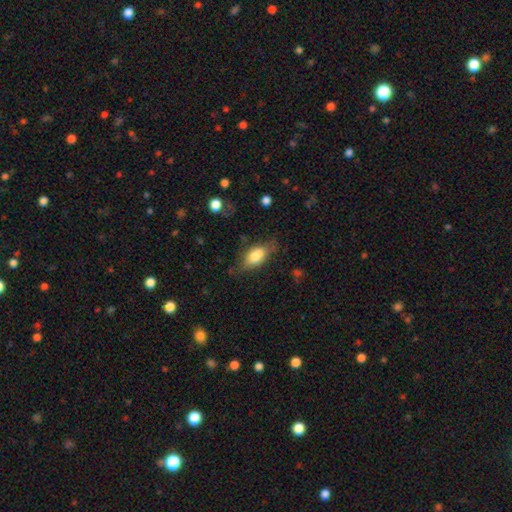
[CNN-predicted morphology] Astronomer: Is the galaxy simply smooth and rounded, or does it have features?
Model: smooth — 75%.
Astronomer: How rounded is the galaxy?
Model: in between — 85%.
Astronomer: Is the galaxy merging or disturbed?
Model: none — 60%.